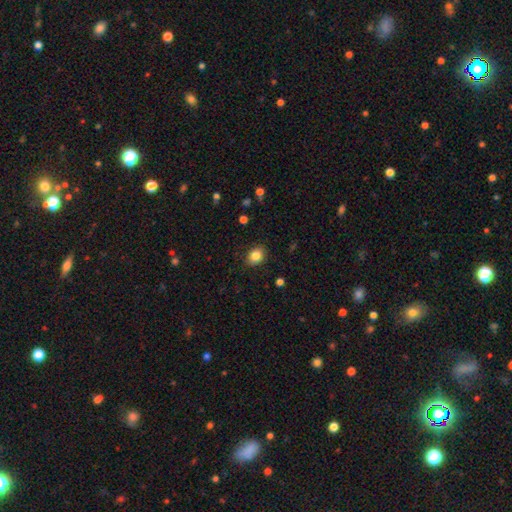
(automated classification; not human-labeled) This appears to be a smooth galaxy with no disk features (85%) that is in between round and cigar-shaped (56%). Merging: none (86%).